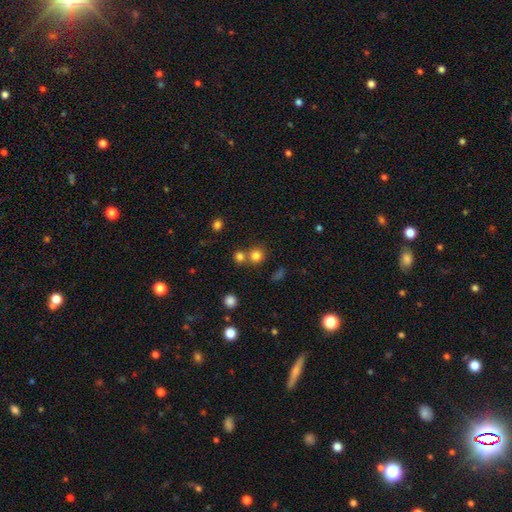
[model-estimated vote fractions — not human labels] Smooth or featured?
  - smooth: 78% *
  - star or artifact: 14%
  - featured or disk: 7%
How rounded?
  - round: 89% *
  - in between: 10%
  - cigar-shaped: 1%
Merging?
  - none: 62% *
  - merger: 29%
  - minor disturbance: 7%
  - major disturbance: 3%